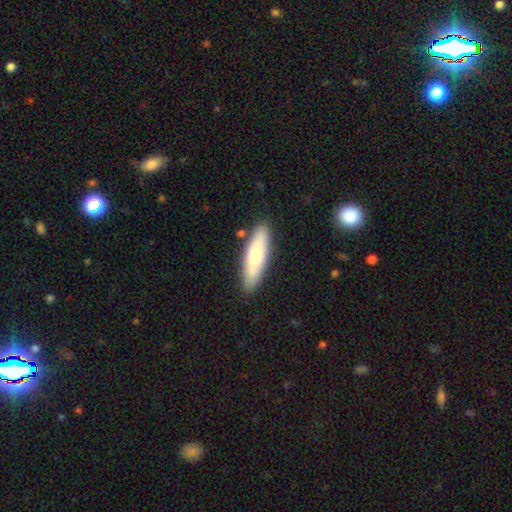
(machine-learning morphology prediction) smooth 64%, featured or disk 31%, star or artifact 5%. Down the decision tree: how rounded — cigar-shaped (58%); merging — none (86%).